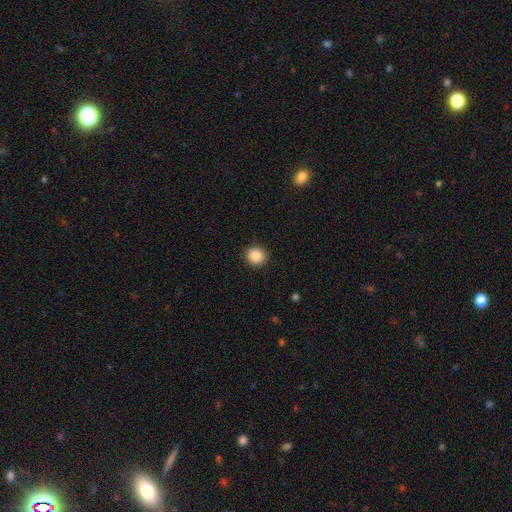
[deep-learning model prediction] smooth 88%, star or artifact 9%, featured or disk 3%. Down the decision tree: how rounded — round (89%); merging — none (91%).